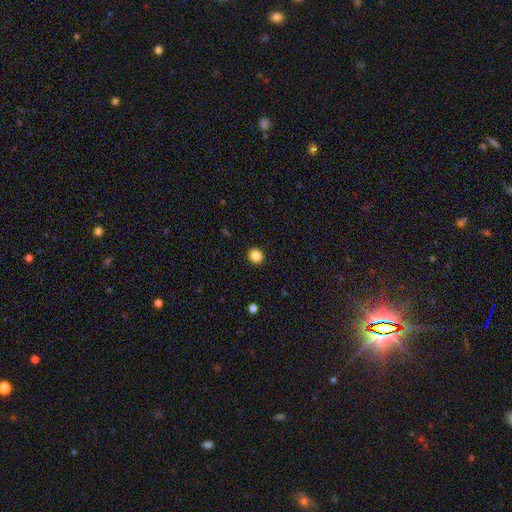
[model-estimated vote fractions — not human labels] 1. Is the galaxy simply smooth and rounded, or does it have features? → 86% smooth, 10% star or artifact, 3% featured or disk.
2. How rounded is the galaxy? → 86% round, 13% in between, 1% cigar-shaped.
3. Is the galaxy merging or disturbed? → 92% none, 5% minor disturbance, 2% major disturbance, 1% merger.